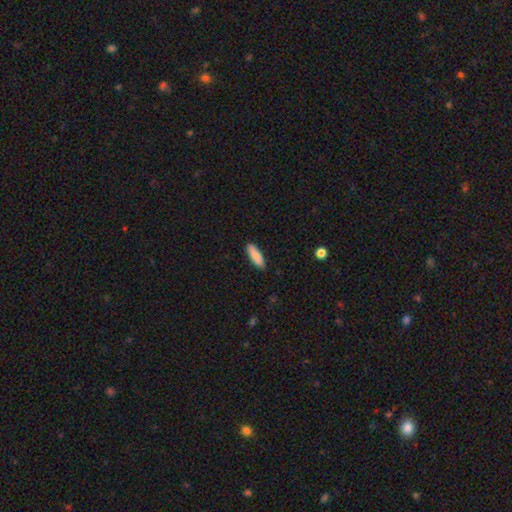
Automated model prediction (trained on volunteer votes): smooth_or_featured: smooth (p=0.86) [alt: featured or disk p=0.08]
how_rounded: in between (p=0.50) [alt: cigar-shaped p=0.48]
merging: none (p=0.89) [alt: minor disturbance p=0.08]